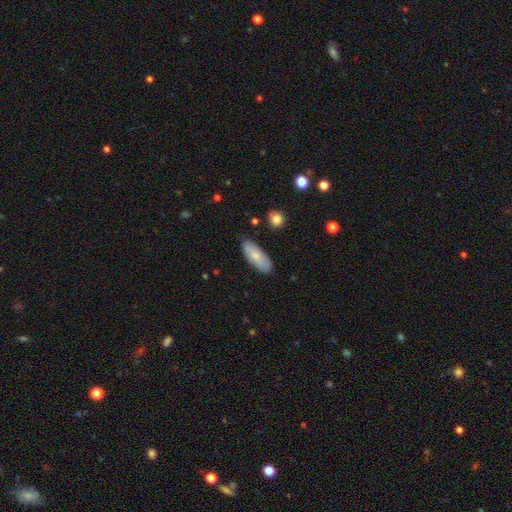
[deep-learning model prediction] The model was most divided on "smooth or featured": smooth: 76%, featured or disk: 18%, star or artifact: 6%. More confident: merging — none (82%); how rounded — in between (79%).